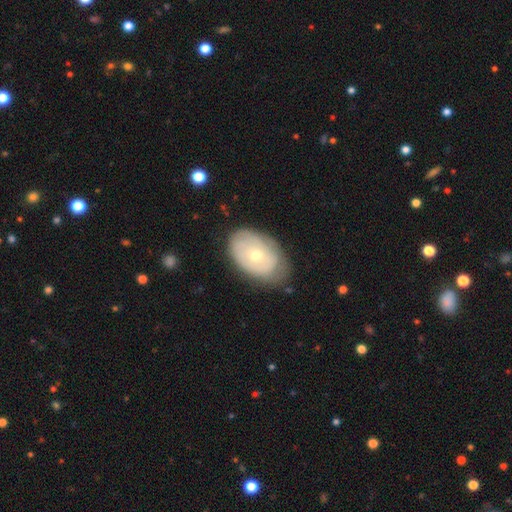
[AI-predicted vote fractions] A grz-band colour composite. It shows a featured or disk galaxy (50%). Merging: none (70%).